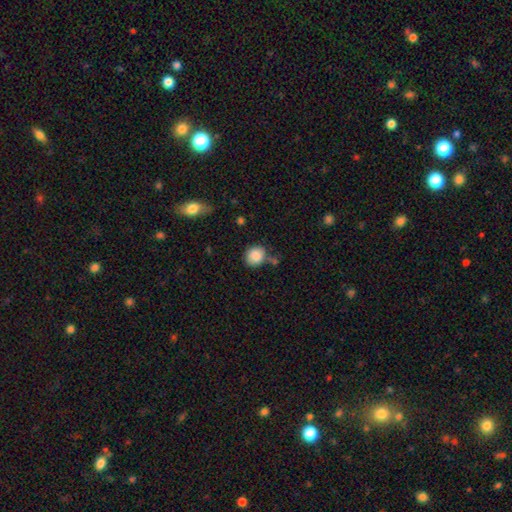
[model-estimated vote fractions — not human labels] Q: Smooth or featured?
A: smooth (86%); runner-up: star or artifact (8%)
Q: How rounded?
A: round (82%); runner-up: in between (17%)
Q: Merging?
A: none (65%); runner-up: minor disturbance (19%)